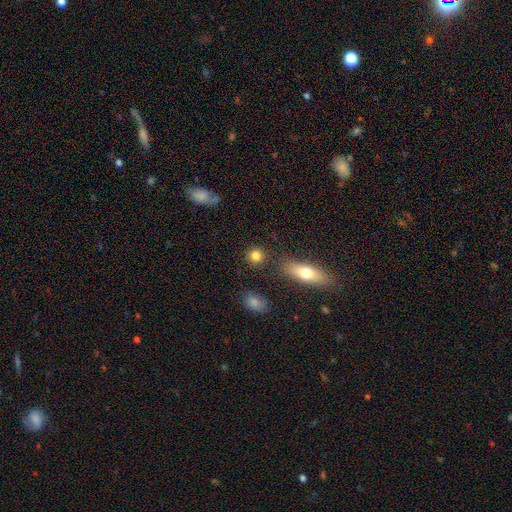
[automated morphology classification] Smooth or featured?
  - smooth: 84% *
  - star or artifact: 9%
  - featured or disk: 7%
How rounded?
  - round: 86% *
  - in between: 12%
  - cigar-shaped: 2%
Merging?
  - none: 85% *
  - minor disturbance: 7%
  - merger: 5%
  - major disturbance: 3%